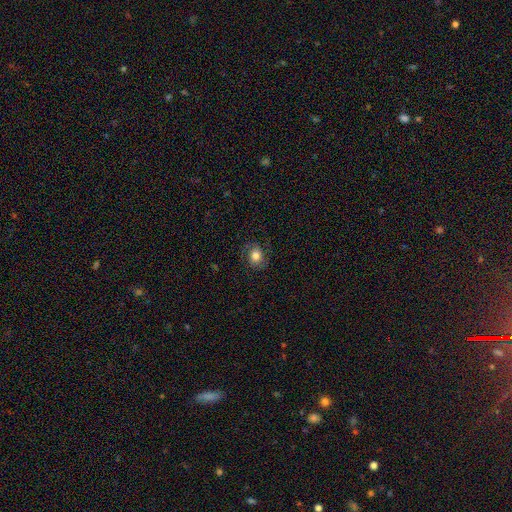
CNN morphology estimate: A smooth galaxy with no disk features (55%) that is round (63%).

Vote fractions:
- Smooth or featured? smooth: 55% / featured or disk: 34% / star or artifact: 11%
- How rounded? round: 63% / in between: 36% / cigar-shaped: 1%
- Merging? none: 79% / minor disturbance: 14% / major disturbance: 7% / merger: 1%